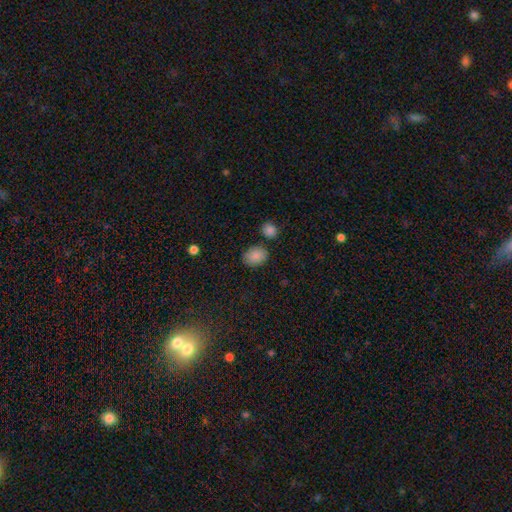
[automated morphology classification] smooth 87%, star or artifact 8%, featured or disk 5%. Down the decision tree: how rounded — in between (68%); merging — none (80%).